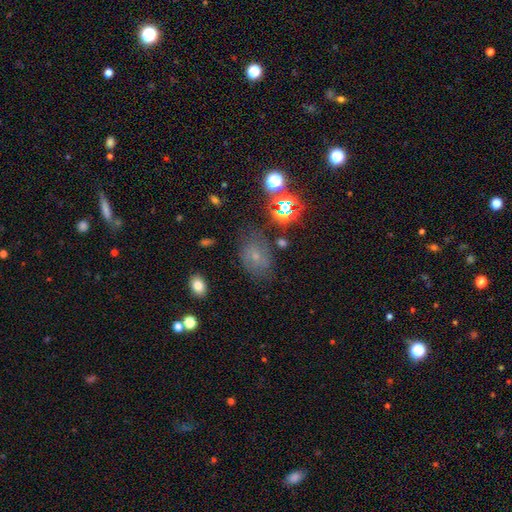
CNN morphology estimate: The model was most divided on "smooth or featured": smooth: 41%, featured or disk: 31%, star or artifact: 28%. More confident: merging — none (67%).